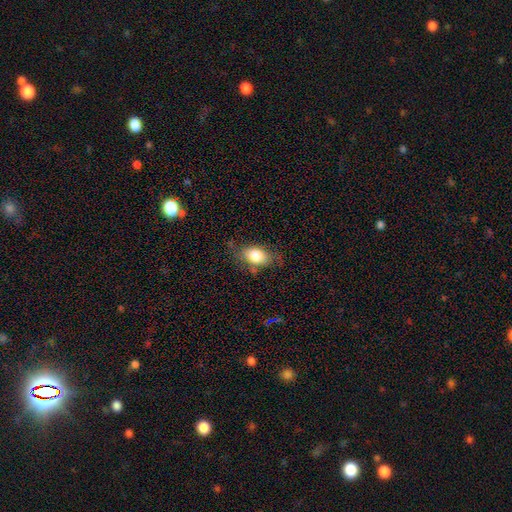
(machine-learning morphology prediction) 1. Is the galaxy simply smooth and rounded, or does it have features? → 80% smooth, 12% featured or disk, 8% star or artifact.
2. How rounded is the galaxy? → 85% in between, 13% round, 2% cigar-shaped.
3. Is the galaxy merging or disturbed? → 67% none, 23% minor disturbance, 7% major disturbance, 3% merger.